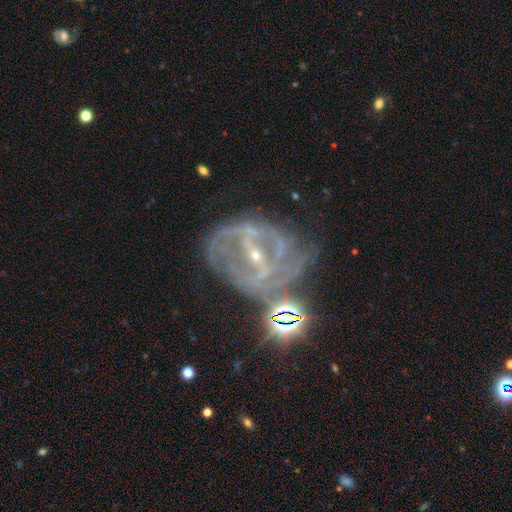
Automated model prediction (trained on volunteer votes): Smooth or featured?
  - featured or disk: 79% *
  - star or artifact: 13%
  - smooth: 8%
Edge-on disk?
  - no: 96% *
  - yes: 4%
Bar?
  - strong: 50% *
  - weak: 32%
  - no: 17%
Spiral arms?
  - yes: 77% *
  - no: 23%
Spiral winding?
  - tight: 47% *
  - medium: 36%
  - loose: 17%
Spiral arm count?
  - can't tell: 39% *
  - 2: 34%
  - 3: 11%
  - 1: 6%
  - 4: 6%
  - more than 4: 5%
Bulge size?
  - small: 76% *
  - moderate: 19%
  - none: 2%
  - large: 1%
  - dominant: 1%
Merging?
  - none: 39% *
  - major disturbance: 22%
  - minor disturbance: 20%
  - merger: 19%